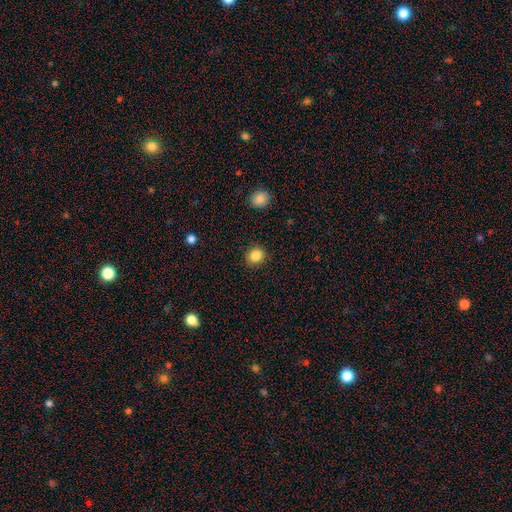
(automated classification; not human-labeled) smooth_or_featured: smooth (p=0.86) [alt: star or artifact p=0.10]
how_rounded: round (p=0.77) [alt: in between p=0.22]
merging: none (p=0.89) [alt: minor disturbance p=0.07]